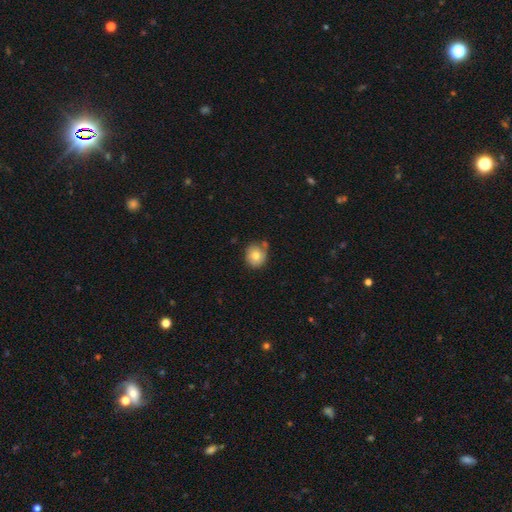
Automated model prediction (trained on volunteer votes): The model was most divided on "merging": none: 66%, minor disturbance: 21%, merger: 9%, major disturbance: 5%. More confident: how rounded — round (83%); smooth or featured — smooth (77%).